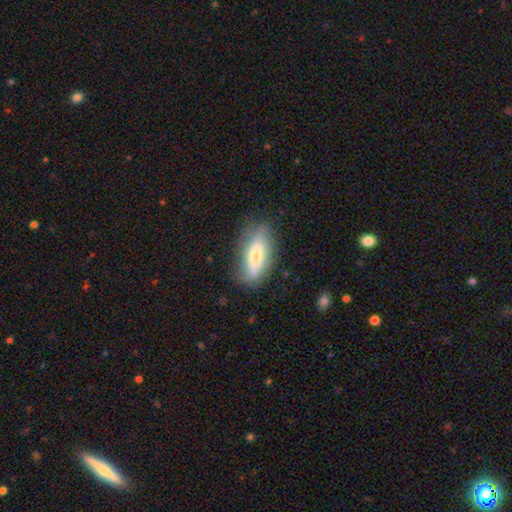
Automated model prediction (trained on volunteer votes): smooth_or_featured: smooth (p=0.67) [alt: featured or disk p=0.25]
how_rounded: in between (p=0.68) [alt: cigar-shaped p=0.30]
merging: none (p=0.75) [alt: minor disturbance p=0.18]